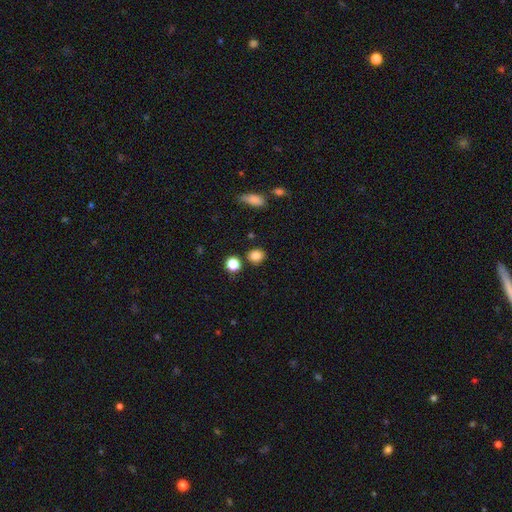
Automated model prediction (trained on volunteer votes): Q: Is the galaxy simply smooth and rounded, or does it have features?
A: smooth — 84%.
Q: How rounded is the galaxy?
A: round — 73%.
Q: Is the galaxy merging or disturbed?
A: none — 83%.